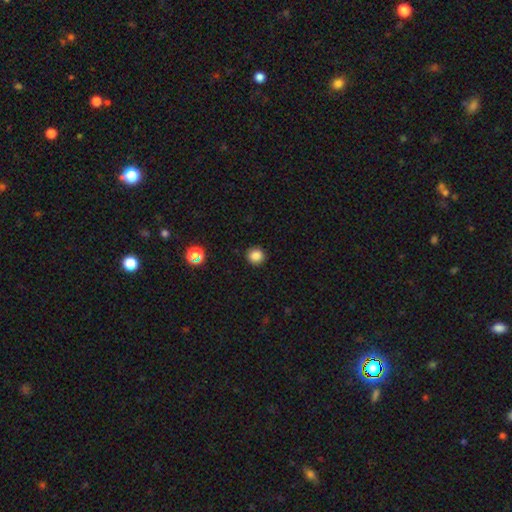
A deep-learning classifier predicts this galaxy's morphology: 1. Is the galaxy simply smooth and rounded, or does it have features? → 85% smooth, 12% star or artifact, 4% featured or disk.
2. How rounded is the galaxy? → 93% round, 6% in between, 1% cigar-shaped.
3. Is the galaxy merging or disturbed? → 92% none, 5% minor disturbance, 2% major disturbance, 1% merger.